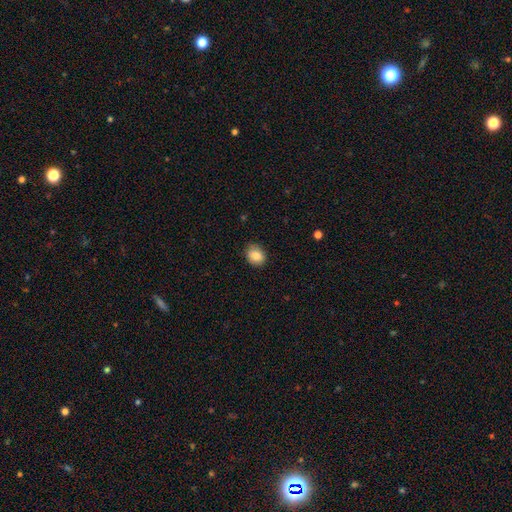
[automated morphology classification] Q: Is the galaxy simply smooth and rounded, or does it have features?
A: smooth — 85%.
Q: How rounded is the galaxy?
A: round — 51%.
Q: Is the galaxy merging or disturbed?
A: none — 85%.